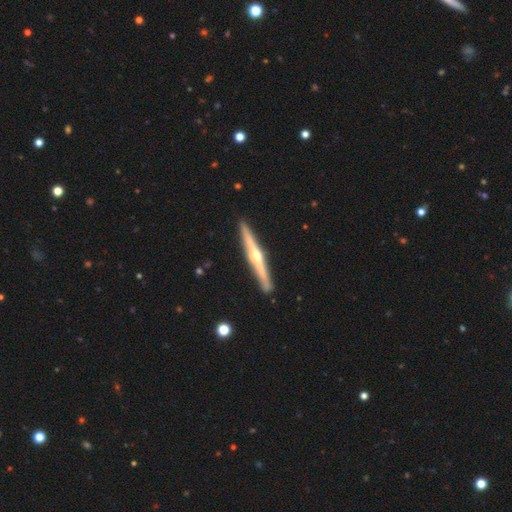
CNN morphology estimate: A featured or disk galaxy (79%) viewed edge-on (98%) with a rounded central bulge (90%).

Vote fractions:
- Smooth or featured? featured or disk: 79% / smooth: 16% / star or artifact: 5%
- Edge-on disk? yes: 98% / no: 2%
- Edge-on bulge? rounded: 90% / none: 6% / boxy: 4%
- Merging? none: 91% / minor disturbance: 6% / merger: 1% / major disturbance: 1%